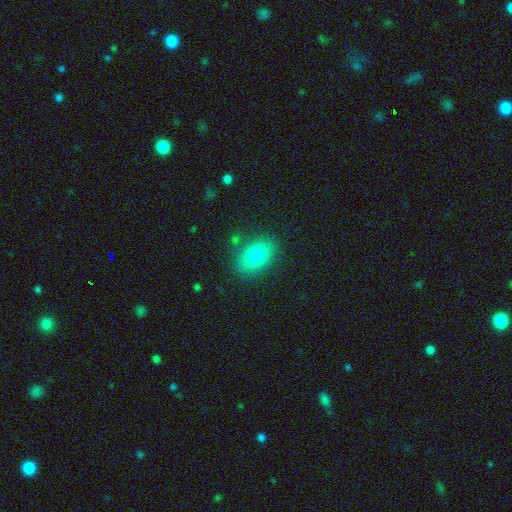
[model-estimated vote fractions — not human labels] A smooth galaxy with no disk features (80%) that is in between round and cigar-shaped (87%). Merging: none (84%).